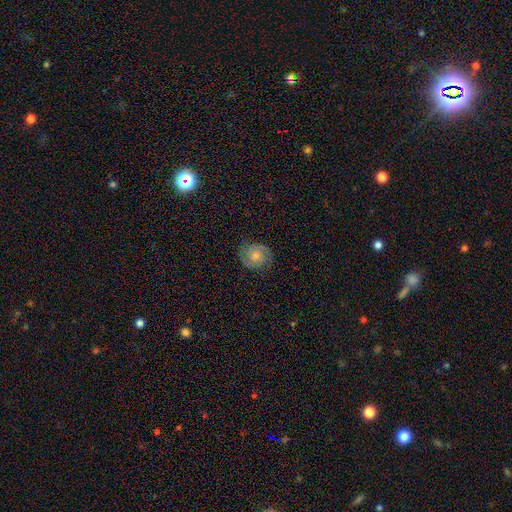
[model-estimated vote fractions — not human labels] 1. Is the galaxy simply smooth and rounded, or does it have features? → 73% featured or disk, 18% smooth, 10% star or artifact.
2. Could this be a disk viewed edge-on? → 98% no, 2% yes.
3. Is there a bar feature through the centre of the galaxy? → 73% no, 23% weak, 4% strong.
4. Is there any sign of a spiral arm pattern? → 95% yes, 5% no.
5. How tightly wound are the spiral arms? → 60% tight, 33% medium, 7% loose.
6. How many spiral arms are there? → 81% 2, 9% can't tell, 4% 3, 2% 1, 2% 4, 2% more than 4.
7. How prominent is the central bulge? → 52% moderate, 40% small, 3% large, 3% none, 1% dominant.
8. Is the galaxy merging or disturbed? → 83% none, 12% minor disturbance, 4% major disturbance, 1% merger.